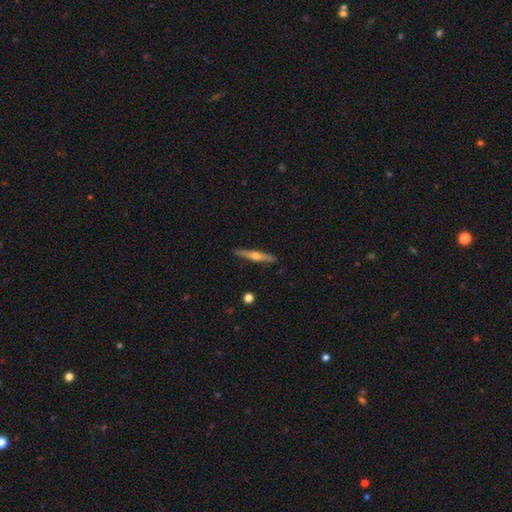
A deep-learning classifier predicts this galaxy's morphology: A featured or disk galaxy (65%) viewed edge-on (96%) with a rounded central bulge (90%). Merging: none (89%).